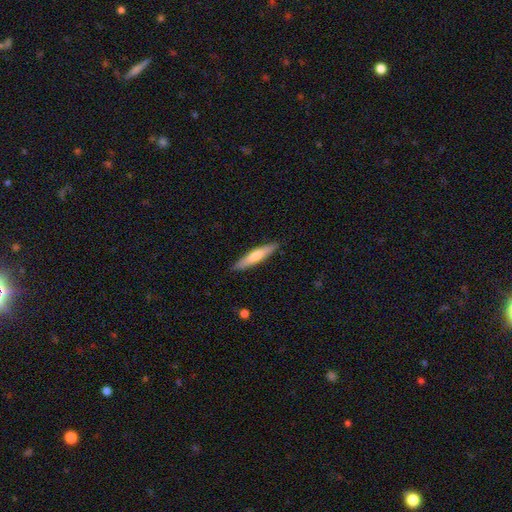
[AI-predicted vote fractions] Smooth or featured: smooth — 62% (featured or disk — 32%)
How rounded: cigar-shaped — 88% (in between — 11%)
Merging: none — 89% (minor disturbance — 8%)